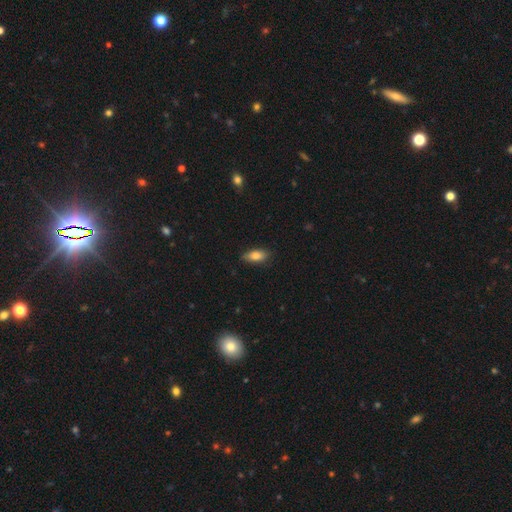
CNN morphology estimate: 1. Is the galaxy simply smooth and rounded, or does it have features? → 80% smooth, 13% featured or disk, 7% star or artifact.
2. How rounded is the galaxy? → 82% in between, 15% cigar-shaped, 3% round.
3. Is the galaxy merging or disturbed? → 84% none, 13% minor disturbance, 2% major disturbance, 1% merger.